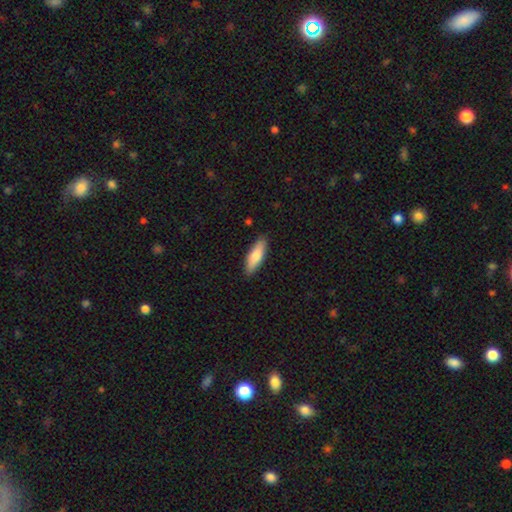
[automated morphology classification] Smooth or featured? Predicted: smooth (p=0.74). How rounded? Predicted: in between (p=0.50). Merging? Predicted: none (p=0.88).